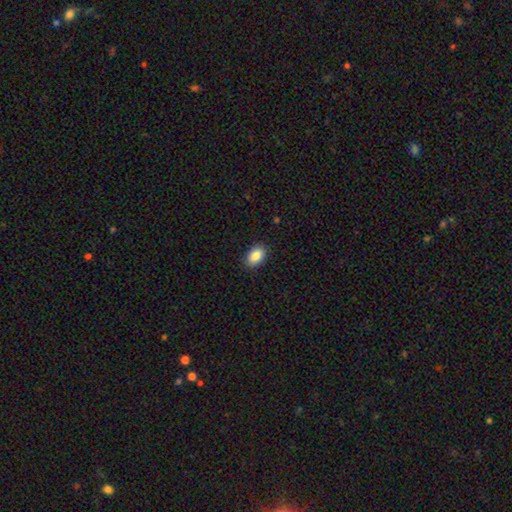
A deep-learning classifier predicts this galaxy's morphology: This appears to be a smooth galaxy with no disk features (88%) that is in between round and cigar-shaped (90%). Merging: none (89%).